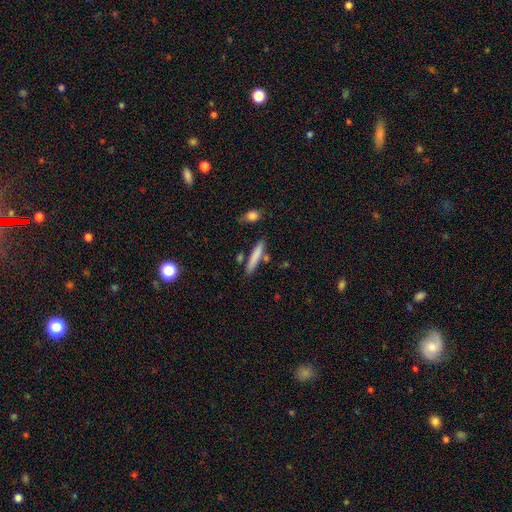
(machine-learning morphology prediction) This appears to be a smooth galaxy with no disk features (78%) that is cigar-shaped (90%). Merging: none (79%).